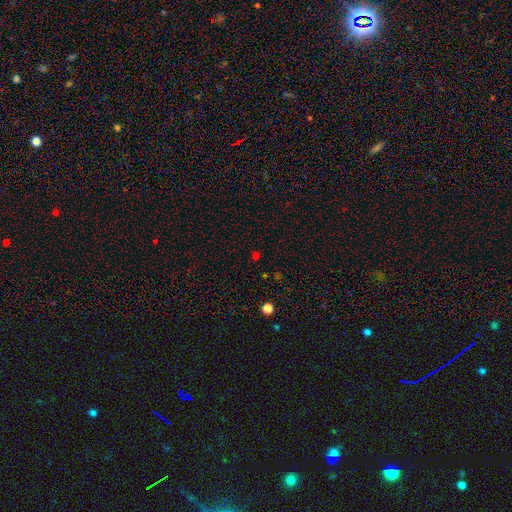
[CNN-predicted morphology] type=smooth (49%); merging=none (82%).